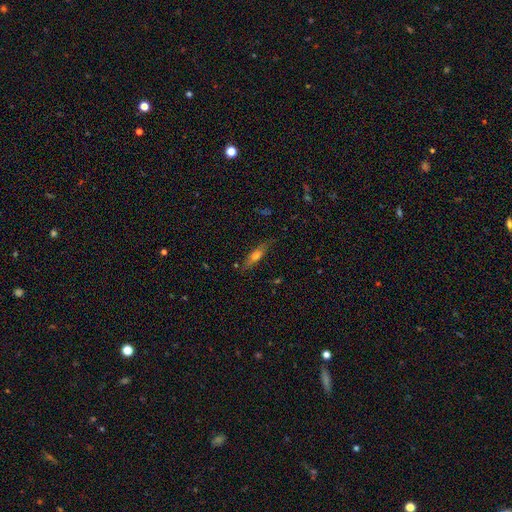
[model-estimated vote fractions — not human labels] A smooth galaxy with no disk features (48%).

Vote fractions:
- Smooth or featured? smooth: 48% / featured or disk: 44% / star or artifact: 8%
- Merging? none: 82% / minor disturbance: 14% / major disturbance: 3% / merger: 2%